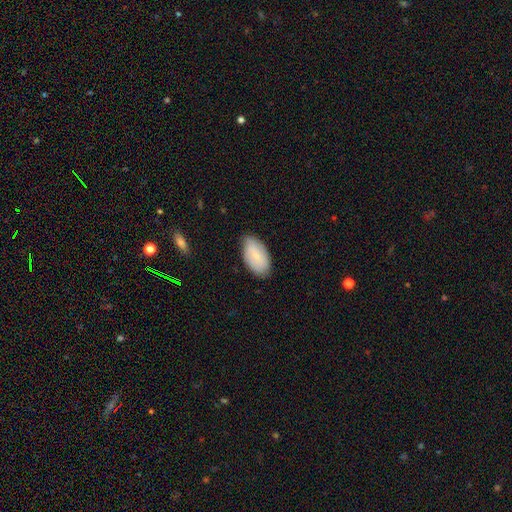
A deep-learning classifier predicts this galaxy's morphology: Smooth or featured: smooth — 73% (featured or disk — 20%)
How rounded: in between — 95% (round — 4%)
Merging: none — 76% (minor disturbance — 20%)